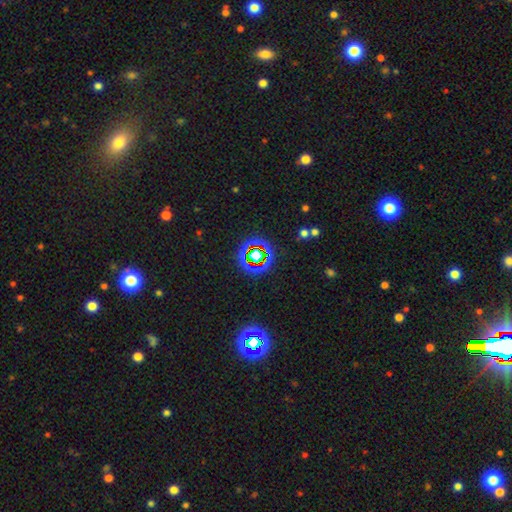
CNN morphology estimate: smooth_or_featured: star or artifact (p=0.70) [alt: smooth p=0.18]